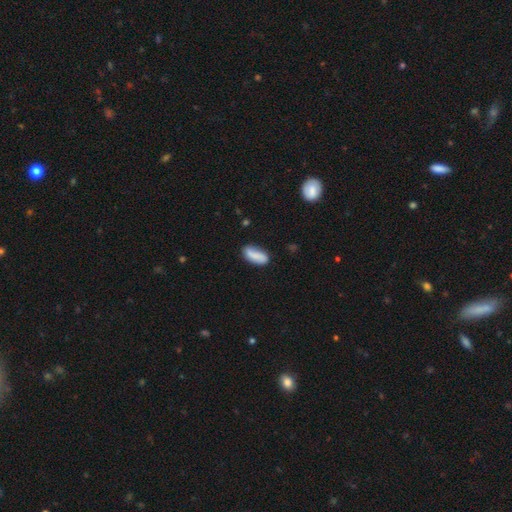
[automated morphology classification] Smooth or featured: smooth — 79% (featured or disk — 14%)
How rounded: in between — 81% (cigar-shaped — 16%)
Merging: none — 71% (minor disturbance — 21%)